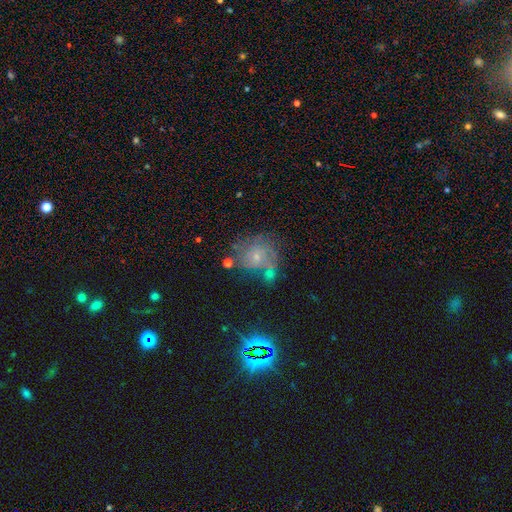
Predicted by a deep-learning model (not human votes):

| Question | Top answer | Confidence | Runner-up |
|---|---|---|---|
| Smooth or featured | featured or disk | 53% | smooth (25%) |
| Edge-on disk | no | 97% | yes (3%) |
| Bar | no | 78% | weak (18%) |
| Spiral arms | yes | 77% | no (23%) |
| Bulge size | small | 74% | moderate (20%) |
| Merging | none | 51% | minor disturbance (21%) |